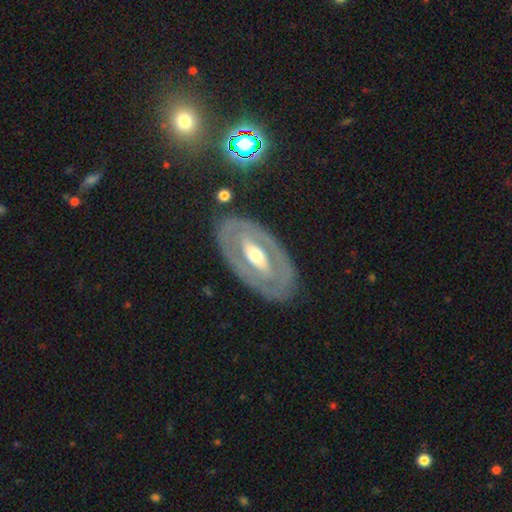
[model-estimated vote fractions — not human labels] Morphology: type=featured or disk (76%); edge-on=no (91%); bar=no (35%, tied with strong); spiral arms=no (57%); bulge=moderate (61%); merging=none (79%).